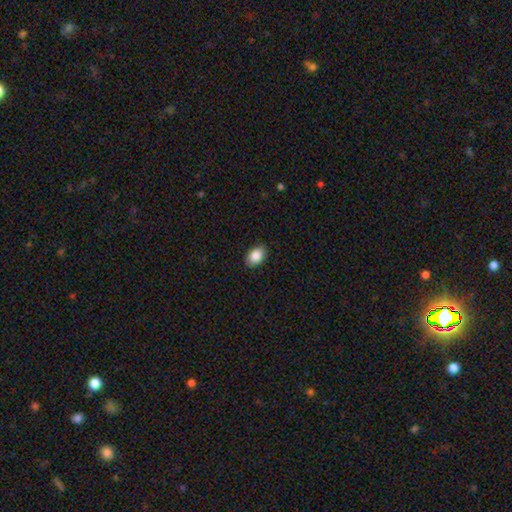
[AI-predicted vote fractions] This appears to be a smooth galaxy with no disk features (87%) that is in between round and cigar-shaped (86%). Merging: none (89%).